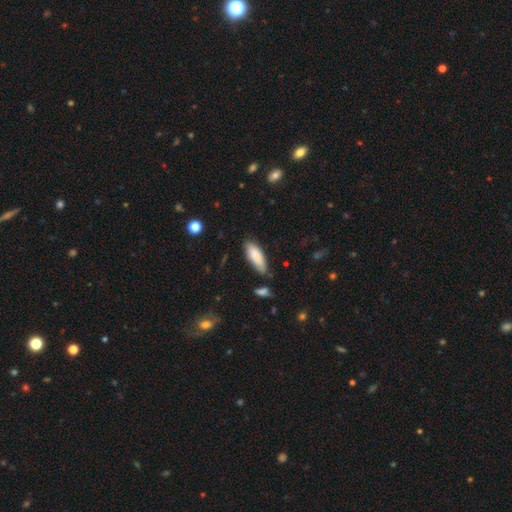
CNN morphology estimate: This appears to be a smooth galaxy with no disk features (85%) that is in between round and cigar-shaped (66%). Merging: none (69%).